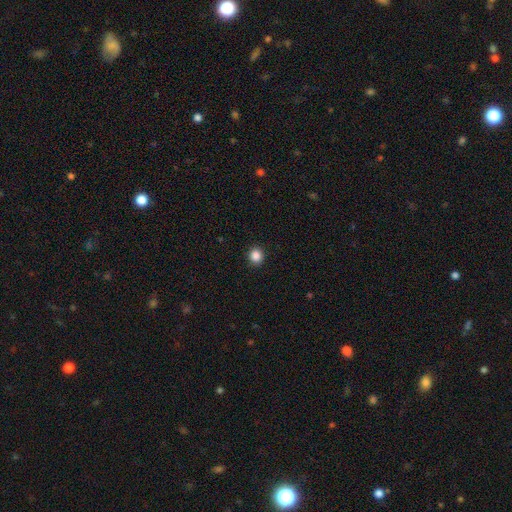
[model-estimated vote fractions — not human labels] This is clearly a smooth galaxy (86%). How rounded: clearly round (87%). Merging: clearly none (92%).